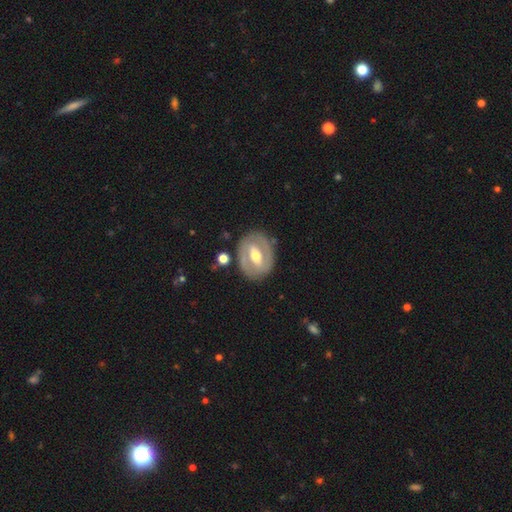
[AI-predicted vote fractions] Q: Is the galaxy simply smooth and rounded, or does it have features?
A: featured or disk — 73%.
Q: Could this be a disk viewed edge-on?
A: no — 94%.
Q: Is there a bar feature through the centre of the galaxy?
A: strong — 49%.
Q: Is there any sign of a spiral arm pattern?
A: yes — 51%.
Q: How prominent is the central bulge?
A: moderate — 74%.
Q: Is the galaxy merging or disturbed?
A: none — 80%.